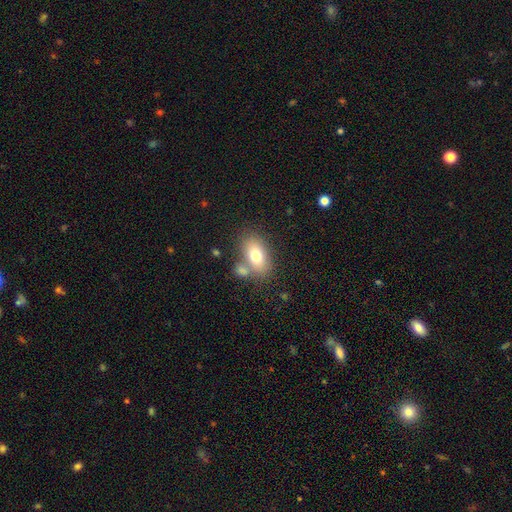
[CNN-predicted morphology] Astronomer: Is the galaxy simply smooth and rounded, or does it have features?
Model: smooth — 74%.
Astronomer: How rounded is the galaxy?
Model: in between — 88%.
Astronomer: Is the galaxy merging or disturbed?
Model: none — 61%.